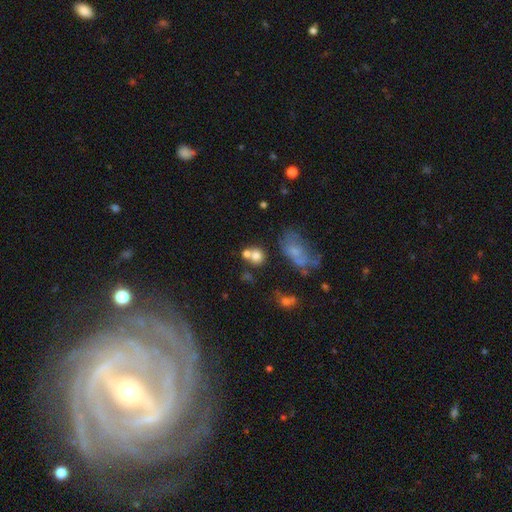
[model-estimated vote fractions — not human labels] This is likely a smooth galaxy (73%). How rounded: likely round (78%). Merging: marginally none (45%).